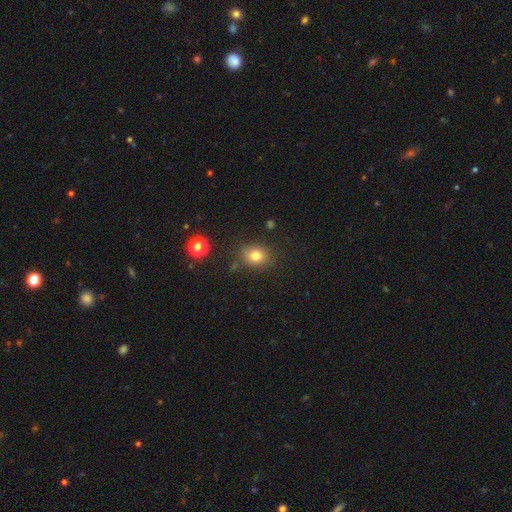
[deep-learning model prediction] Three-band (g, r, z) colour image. It shows a smooth galaxy with no disk features (79%) that is round (62%). Merging: none (79%).